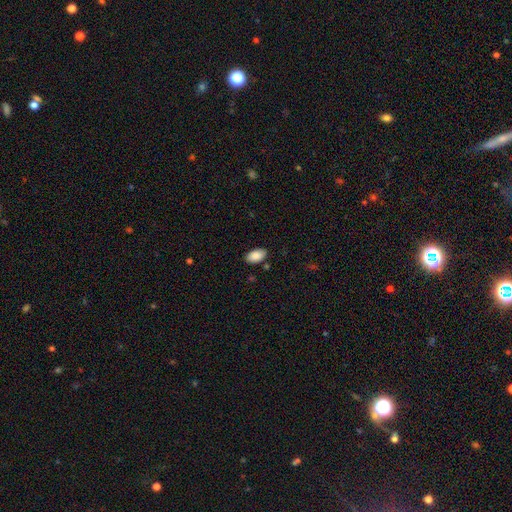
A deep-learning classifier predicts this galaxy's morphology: Smooth or featured: smooth — 89% (star or artifact — 7%)
How rounded: in between — 95% (round — 4%)
Merging: none — 85% (minor disturbance — 11%)